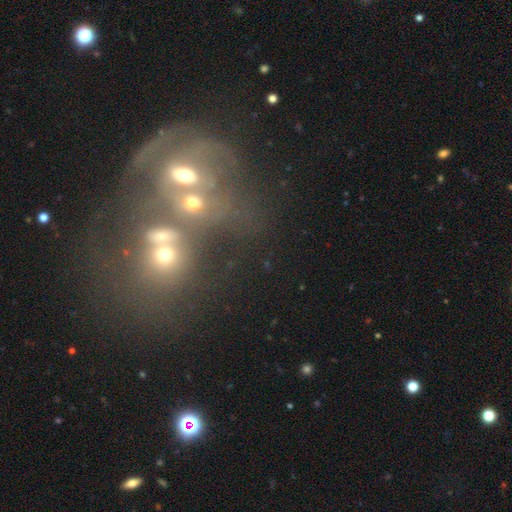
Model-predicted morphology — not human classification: featured or disk 37%, star or artifact 33%, smooth 29%. Down the decision tree: merging — merger (70%).